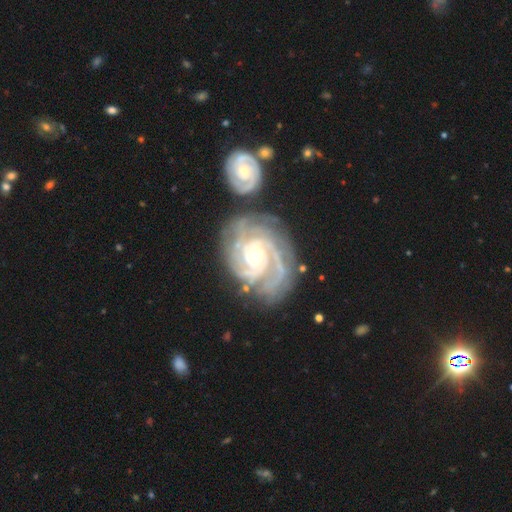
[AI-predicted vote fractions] The model was most divided on "spiral arm count": 3: 39%, 2: 17%, 4: 16%, can't tell: 14%, more than 4: 7%, 1: 6%. More confident: spiral arms — yes (98%); edge-on disk — no (98%); smooth or featured — featured or disk (93%); spiral winding — tight (74%); bulge size — moderate (69%); merging — none (62%); bar — no (56%).